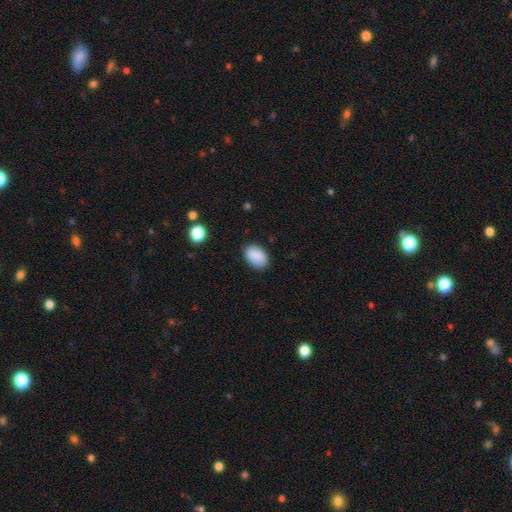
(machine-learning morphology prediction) Smooth or featured?
  - smooth: 89% *
  - star or artifact: 7%
  - featured or disk: 4%
How rounded?
  - in between: 87% *
  - round: 12%
  - cigar-shaped: 1%
Merging?
  - none: 83% *
  - minor disturbance: 13%
  - major disturbance: 3%
  - merger: 1%